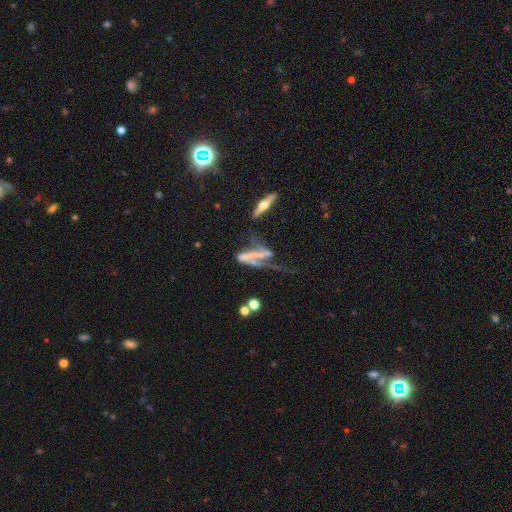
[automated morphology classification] Smooth or featured?
  - featured or disk: 66% *
  - smooth: 21%
  - star or artifact: 12%
Edge-on disk?
  - no: 71% *
  - yes: 29%
Merging?
  - major disturbance: 45% *
  - merger: 23%
  - none: 19%
  - minor disturbance: 13%